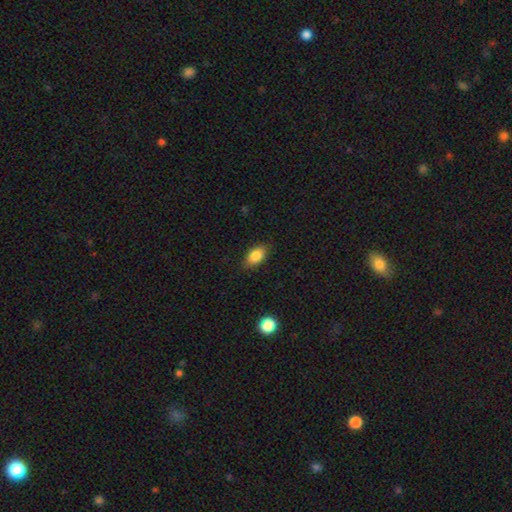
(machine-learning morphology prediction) Smooth or featured? smooth (86%)
How rounded? in between (90%)
Merging? none (85%)